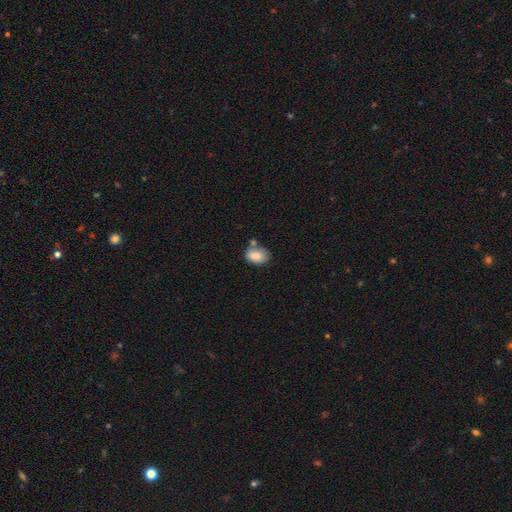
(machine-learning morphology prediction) This is clearly a smooth galaxy (84%). How rounded: likely in between (79%). Merging: possibly none (52%).